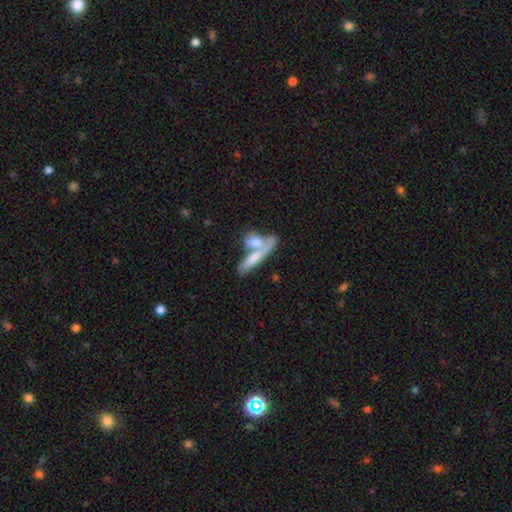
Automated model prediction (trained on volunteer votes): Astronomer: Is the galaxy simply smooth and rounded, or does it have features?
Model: smooth — 64%.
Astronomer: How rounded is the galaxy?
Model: cigar-shaped — 63%.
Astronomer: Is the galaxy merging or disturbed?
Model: merger — 52% (runner-up: none, 34%).